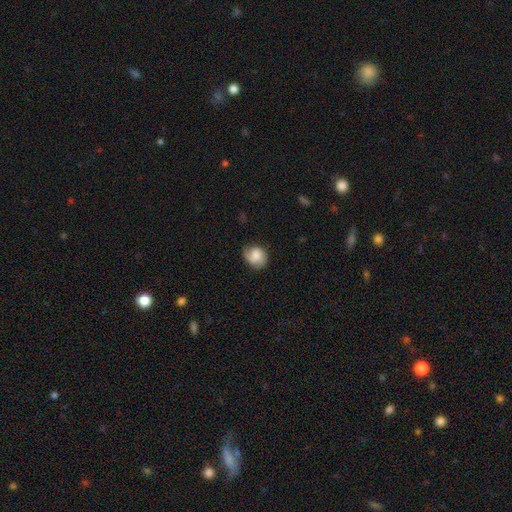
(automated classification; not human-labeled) Q: Smooth or featured?
A: smooth (64%); runner-up: featured or disk (28%)
Q: How rounded?
A: round (65%); runner-up: in between (34%)
Q: Merging?
A: none (63%); runner-up: minor disturbance (26%)